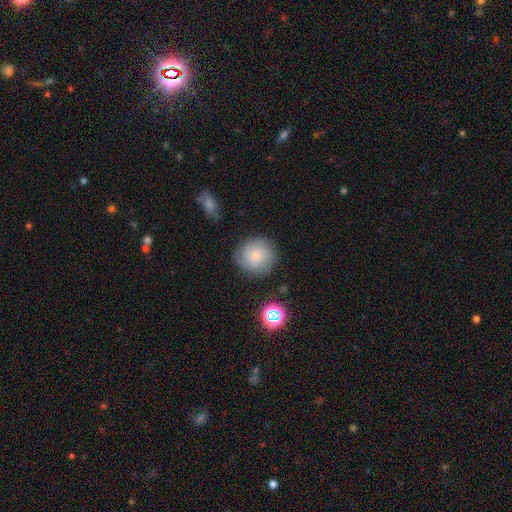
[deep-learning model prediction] smooth-or-featured: smooth: 66% | featured or disk: 23% | star or artifact: 11%
  how-rounded: round: 91% | in between: 8% | cigar-shaped: 1%
  merging: none: 81% | minor disturbance: 13% | major disturbance: 4% | merger: 2%